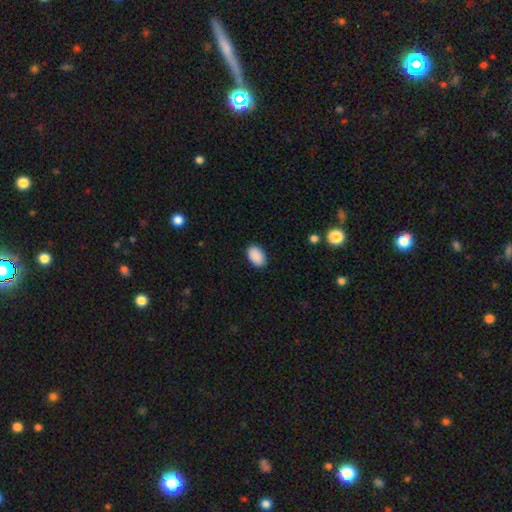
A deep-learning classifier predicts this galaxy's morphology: Smooth or featured? smooth (91%)
How rounded? in between (89%)
Merging? none (88%)